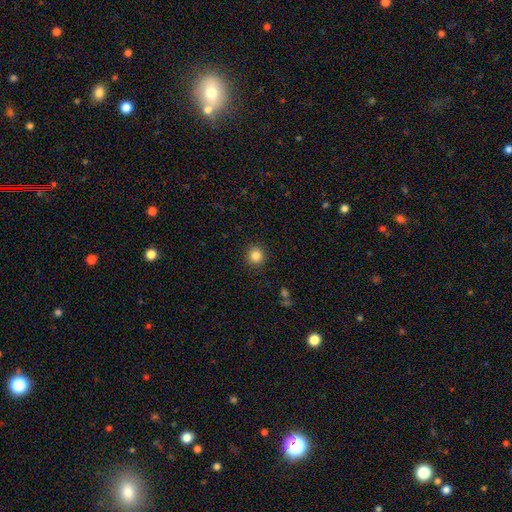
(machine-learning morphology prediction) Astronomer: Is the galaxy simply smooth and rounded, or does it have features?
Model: smooth — 85%.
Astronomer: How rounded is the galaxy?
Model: round — 92%.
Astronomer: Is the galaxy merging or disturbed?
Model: none — 91%.